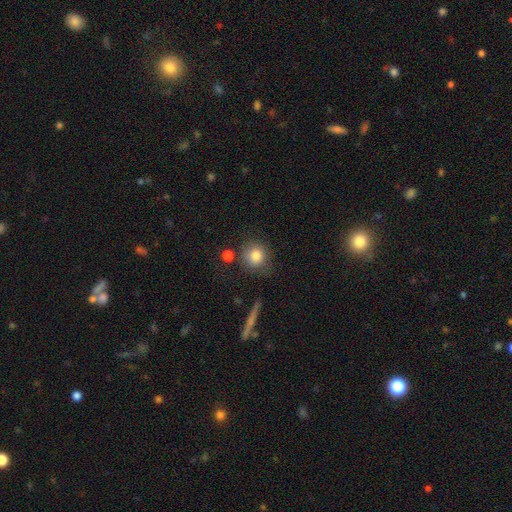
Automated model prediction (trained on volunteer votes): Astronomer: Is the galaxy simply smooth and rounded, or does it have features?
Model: smooth — 82%.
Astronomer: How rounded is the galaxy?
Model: round — 85%.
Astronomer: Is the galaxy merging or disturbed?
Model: none — 75%.